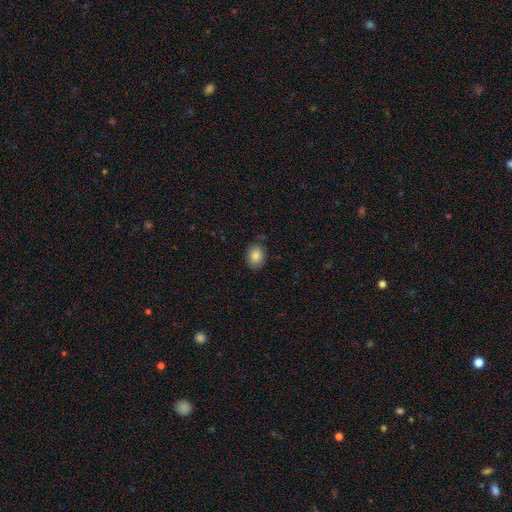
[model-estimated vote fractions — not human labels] A smooth galaxy with no disk features (85%) that is in between round and cigar-shaped (65%).

Vote fractions:
- Smooth or featured? smooth: 85% / star or artifact: 8% / featured or disk: 7%
- How rounded? in between: 65% / round: 34% / cigar-shaped: 1%
- Merging? none: 80% / minor disturbance: 15% / major disturbance: 3% / merger: 2%